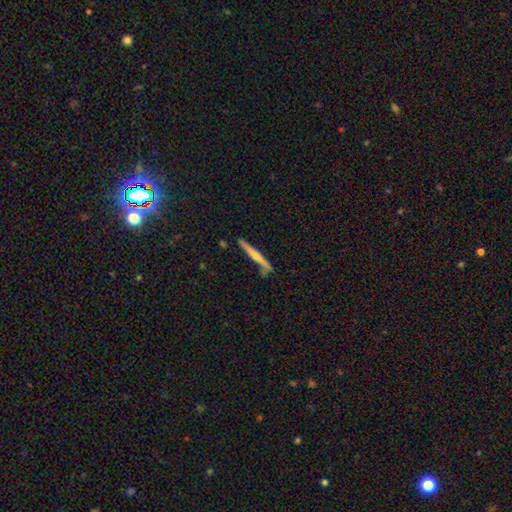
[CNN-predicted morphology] featured or disk 48%, smooth 47%, star or artifact 6%. Down the decision tree: merging — none (75%).